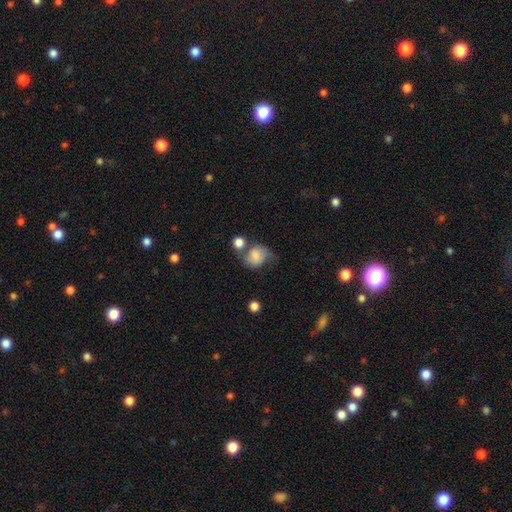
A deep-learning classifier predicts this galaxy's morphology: type=smooth (65%); roundness=round (64%); merging=none (42%).